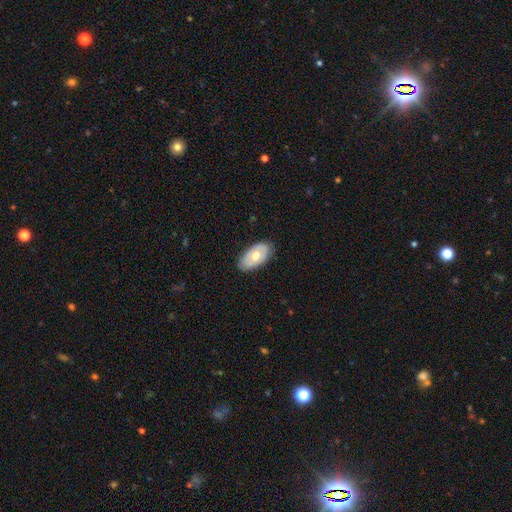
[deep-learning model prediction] Morphology: type=smooth (54%); roundness=in between (93%); merging=none (82%).